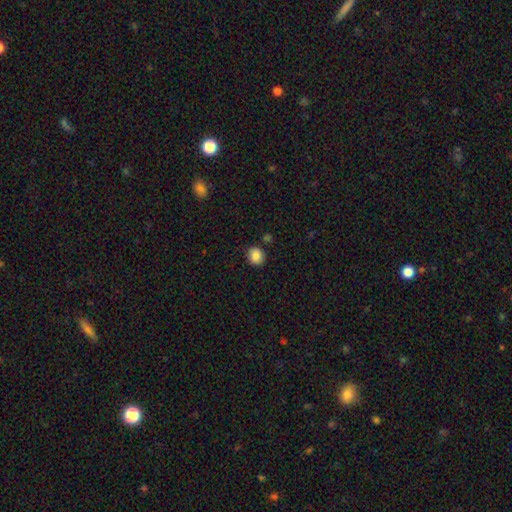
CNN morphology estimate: type=smooth (86%); roundness=round (79%); merging=none (84%).